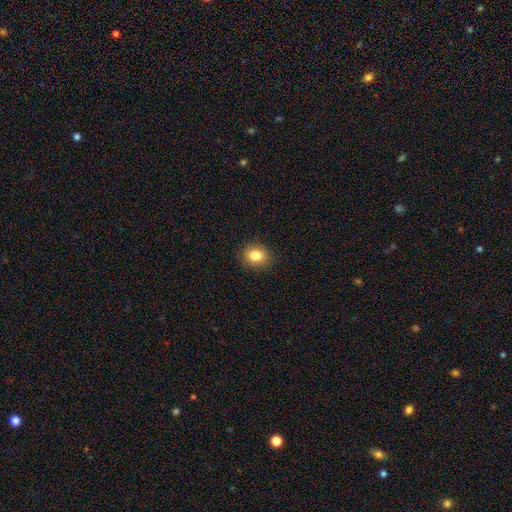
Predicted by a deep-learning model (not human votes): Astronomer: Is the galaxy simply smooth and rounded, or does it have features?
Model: smooth — 83%.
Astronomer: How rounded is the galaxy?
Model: round — 54% (runner-up: in between, 45%).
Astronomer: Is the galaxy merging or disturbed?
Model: none — 89%.